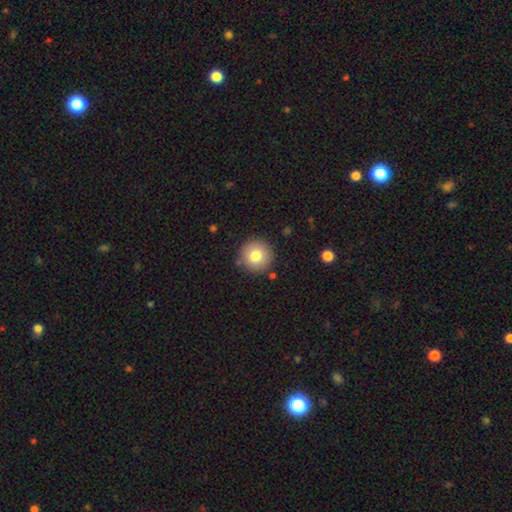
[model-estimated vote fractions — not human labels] This is likely a smooth galaxy (77%). How rounded: clearly round (96%). Merging: clearly none (89%).